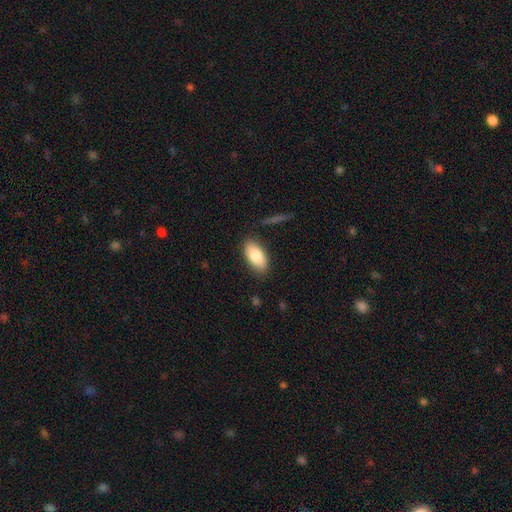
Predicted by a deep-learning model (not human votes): Morphology: type=smooth (83%); roundness=in between (92%); merging=none (84%).